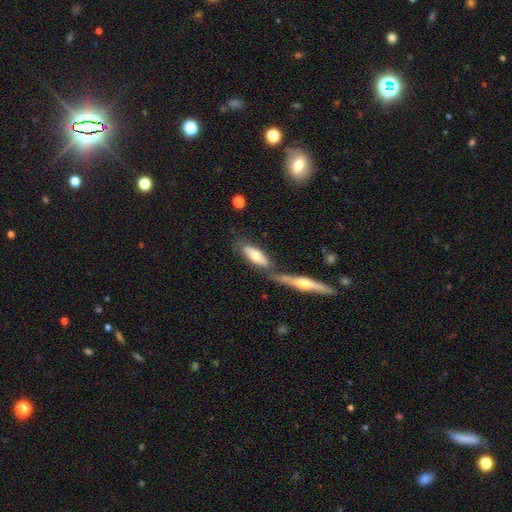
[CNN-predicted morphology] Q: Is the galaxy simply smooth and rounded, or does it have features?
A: smooth — 61%.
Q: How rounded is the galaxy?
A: in between — 66%.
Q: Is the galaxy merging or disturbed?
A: none — 50%.